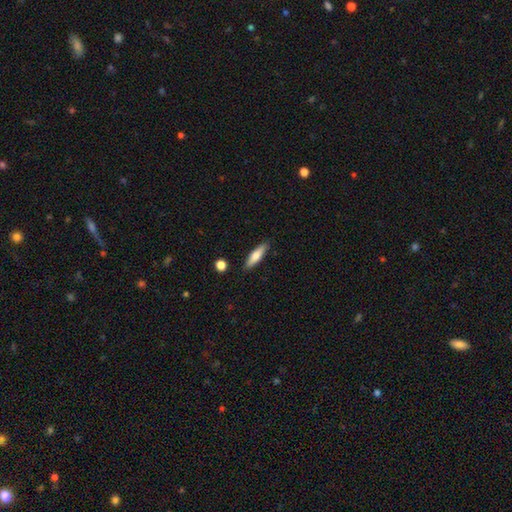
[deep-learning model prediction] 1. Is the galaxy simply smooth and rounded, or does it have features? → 63% smooth, 31% featured or disk, 6% star or artifact.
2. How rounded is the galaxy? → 69% cigar-shaped, 29% in between, 2% round.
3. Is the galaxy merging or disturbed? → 87% none, 9% minor disturbance, 2% merger, 2% major disturbance.